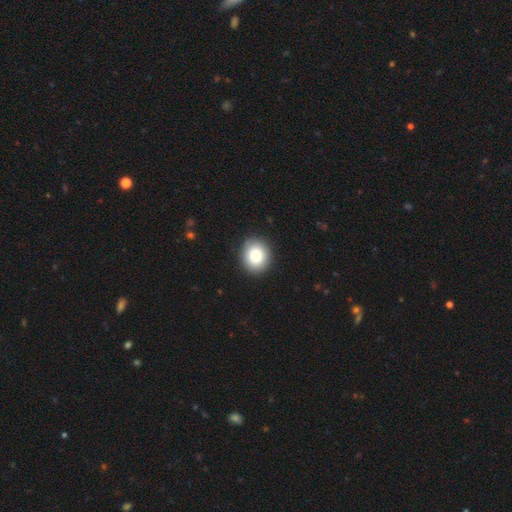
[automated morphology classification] Smooth or featured? Predicted: smooth (p=0.84). How rounded? Predicted: round (p=0.75). Merging? Predicted: none (p=0.90).